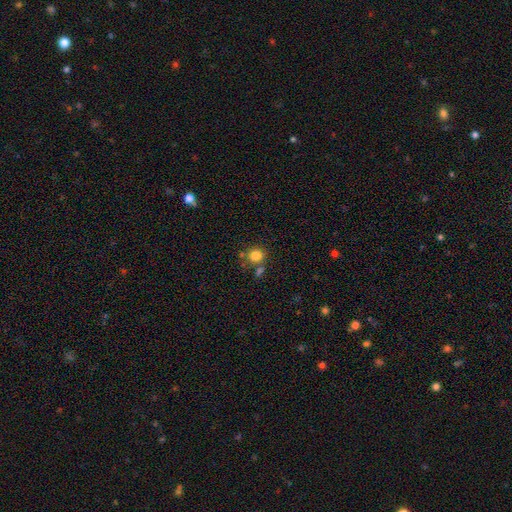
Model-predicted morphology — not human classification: Smooth or featured?
  - smooth: 81% *
  - star or artifact: 12%
  - featured or disk: 7%
How rounded?
  - round: 86% *
  - in between: 13%
  - cigar-shaped: 1%
Merging?
  - none: 68% *
  - merger: 16%
  - minor disturbance: 11%
  - major disturbance: 4%